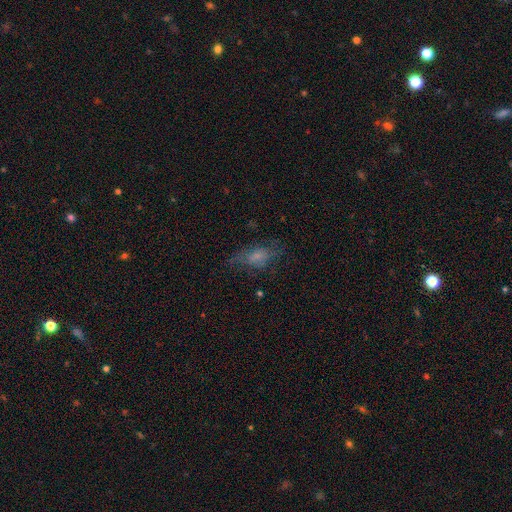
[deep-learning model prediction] This is possibly a smooth galaxy (46%). Merging: possibly none (57%).